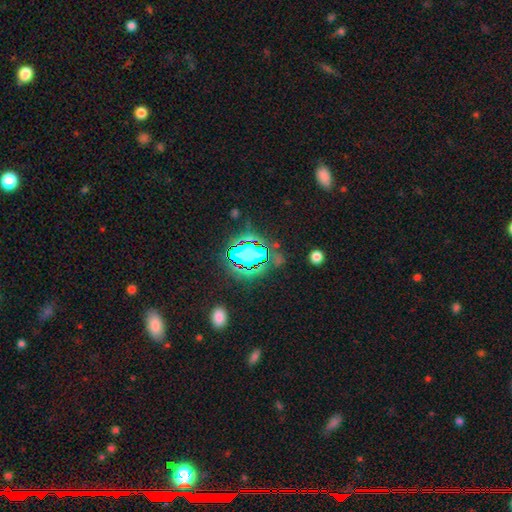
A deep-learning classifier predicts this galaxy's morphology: This is likely a star or artifact rather than a galaxy (78%).